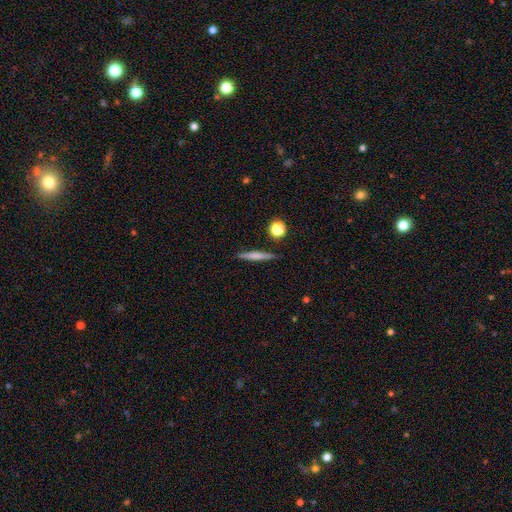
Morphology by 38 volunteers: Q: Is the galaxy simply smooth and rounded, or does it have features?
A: smooth — 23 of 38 (61%).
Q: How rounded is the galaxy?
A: cigar-shaped — 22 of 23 (96%).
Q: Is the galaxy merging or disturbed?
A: none — 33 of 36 (92%).